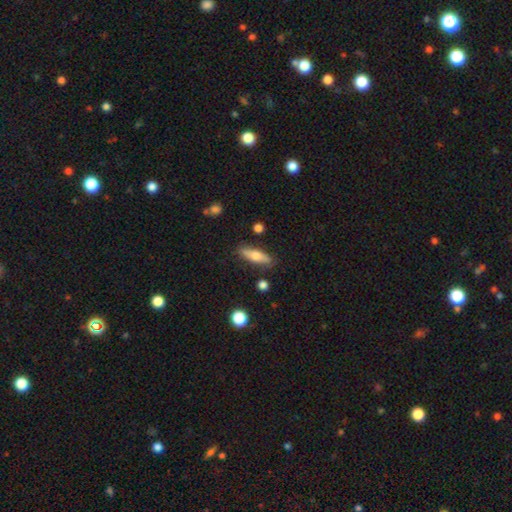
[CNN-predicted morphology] smooth 60%, featured or disk 33%, star or artifact 7%. Down the decision tree: how rounded — cigar-shaped (51%); merging — none (82%).